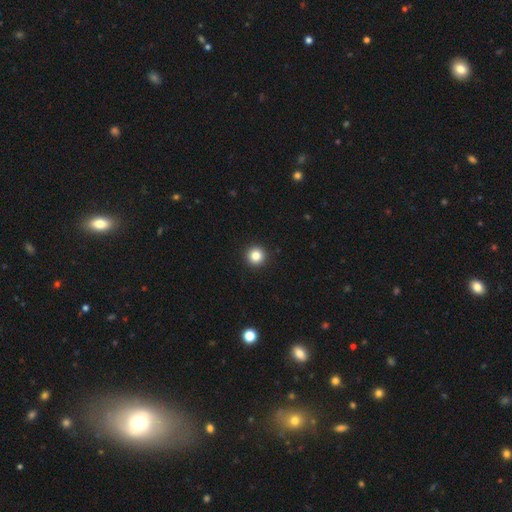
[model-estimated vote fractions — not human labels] smooth-or-featured: smooth: 84% | star or artifact: 11% | featured or disk: 5%
  how-rounded: round: 96% | in between: 3% | cigar-shaped: 1%
  merging: none: 94% | minor disturbance: 4% | major disturbance: 1% | merger: 1%